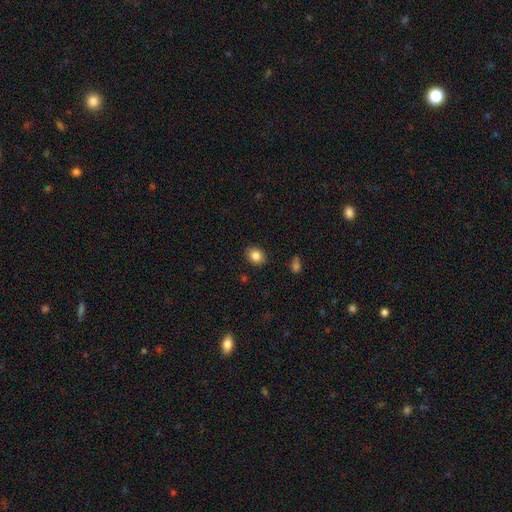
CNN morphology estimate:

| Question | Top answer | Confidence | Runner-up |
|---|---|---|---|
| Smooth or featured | smooth | 84% | star or artifact (10%) |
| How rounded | round | 60% | in between (39%) |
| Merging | none | 89% | minor disturbance (8%) |